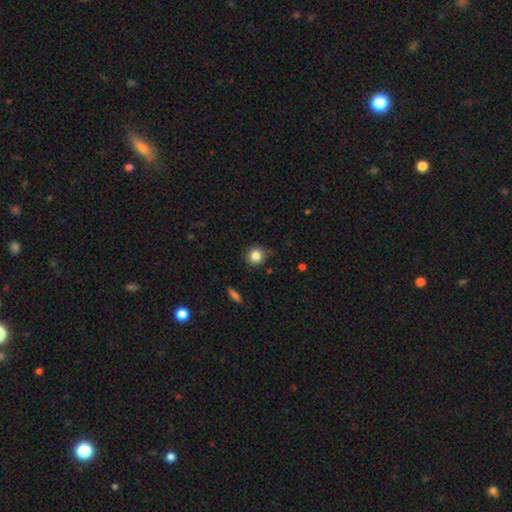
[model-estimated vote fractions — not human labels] Smooth or featured? smooth (83%)
How rounded? round (90%)
Merging? none (82%)